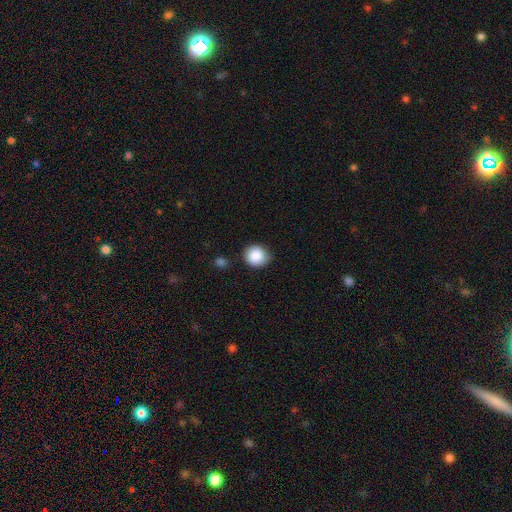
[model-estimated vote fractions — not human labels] Smooth or featured? smooth (86%)
How rounded? round (85%)
Merging? none (77%)